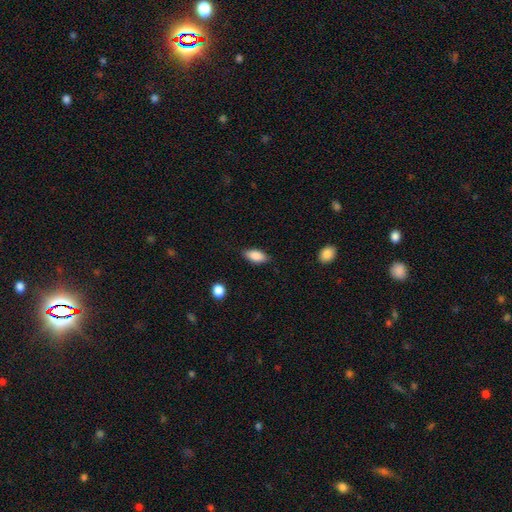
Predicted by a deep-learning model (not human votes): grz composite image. It shows a smooth galaxy with no disk features (87%) that is in between round and cigar-shaped (89%). Merging: none (83%).